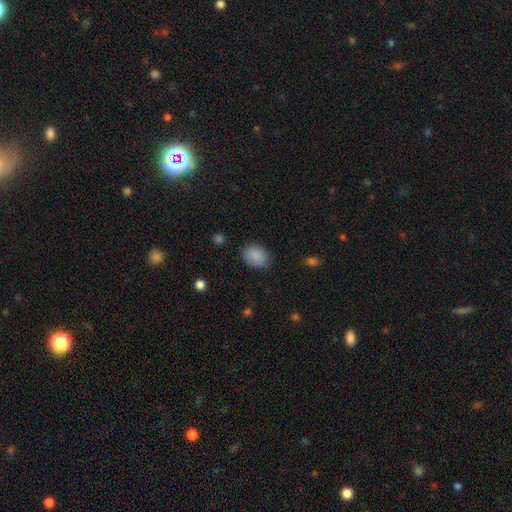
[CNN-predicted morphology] smooth-or-featured: smooth: 88% | star or artifact: 8% | featured or disk: 4%
  how-rounded: in between: 63% | round: 36% | cigar-shaped: 1%
  merging: none: 81% | minor disturbance: 14% | major disturbance: 3% | merger: 1%